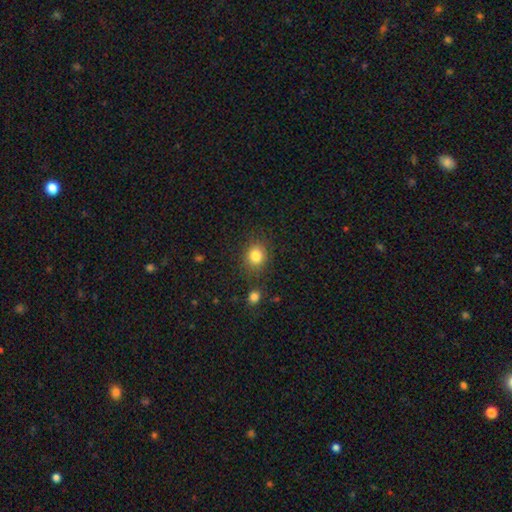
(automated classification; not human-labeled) Smooth or featured?
  - smooth: 83% *
  - star or artifact: 11%
  - featured or disk: 6%
How rounded?
  - round: 71% *
  - in between: 28%
  - cigar-shaped: 1%
Merging?
  - none: 82% *
  - minor disturbance: 11%
  - merger: 4%
  - major disturbance: 3%